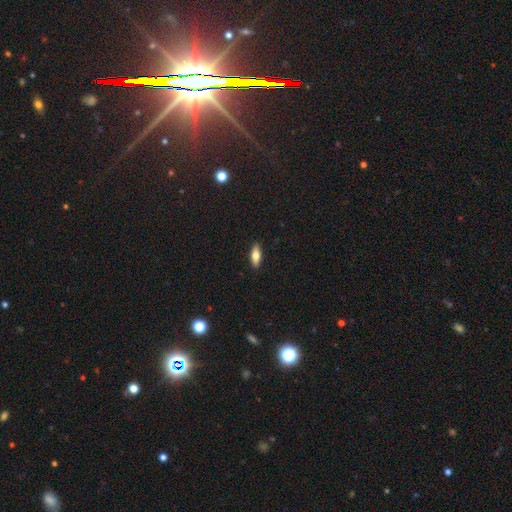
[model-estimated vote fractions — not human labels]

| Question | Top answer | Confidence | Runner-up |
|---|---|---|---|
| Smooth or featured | smooth | 71% | featured or disk (22%) |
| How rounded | in between | 68% | cigar-shaped (29%) |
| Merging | none | 91% | minor disturbance (7%) |